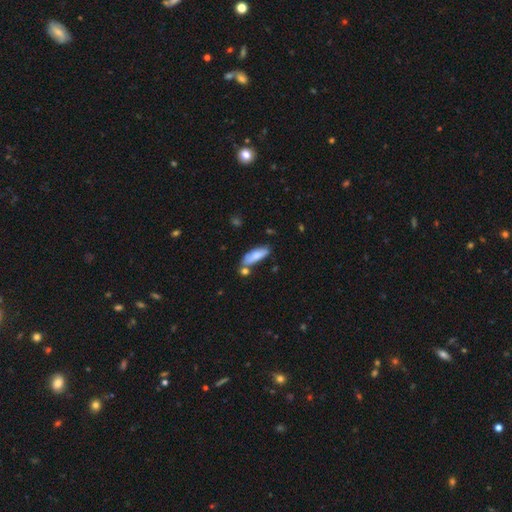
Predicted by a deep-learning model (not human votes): Morphology: type=smooth (74%); roundness=in between (56%); merging=none (60%).